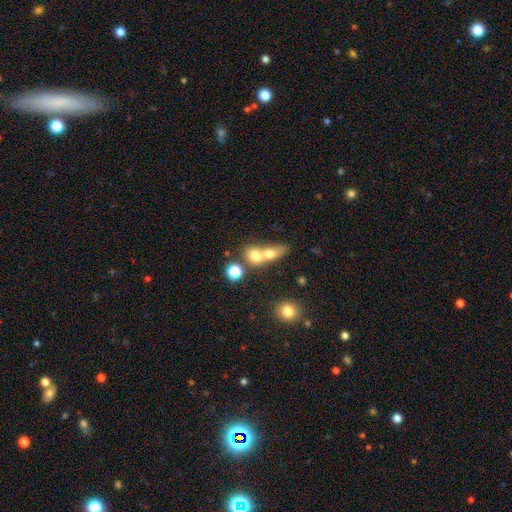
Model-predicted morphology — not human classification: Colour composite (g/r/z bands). It shows a smooth galaxy with no disk features (69%) that is round (58%). Merging: merger (68%).